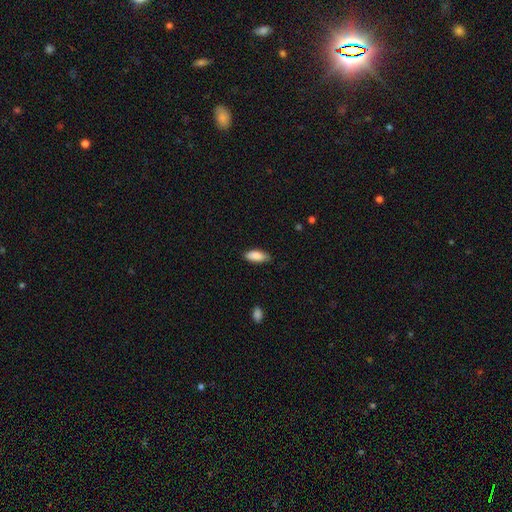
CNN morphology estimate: Smooth or featured? Predicted: smooth (p=0.88). How rounded? Predicted: in between (p=0.85). Merging? Predicted: none (p=0.81).